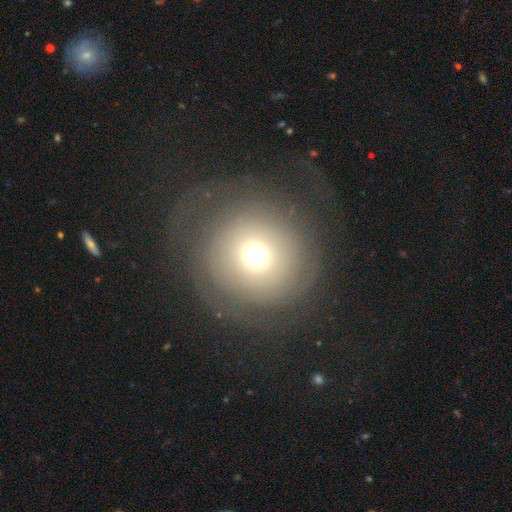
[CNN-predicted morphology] This is possibly a smooth galaxy (56%). How rounded: clearly round (94%). Merging: possibly none (59%).